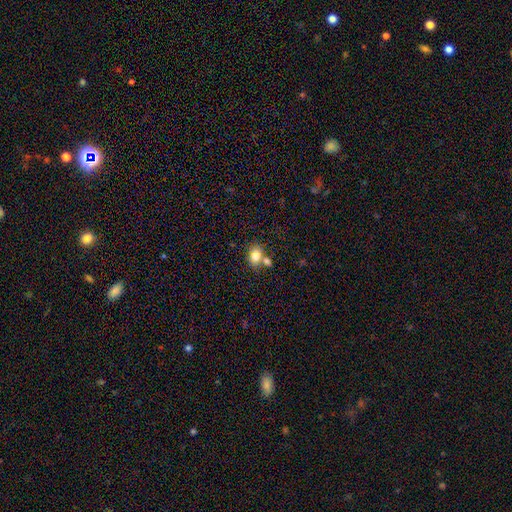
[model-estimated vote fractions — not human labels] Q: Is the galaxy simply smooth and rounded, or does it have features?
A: smooth — 78%.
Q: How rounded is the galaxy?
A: in between — 71%.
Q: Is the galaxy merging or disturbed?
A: none — 50%.